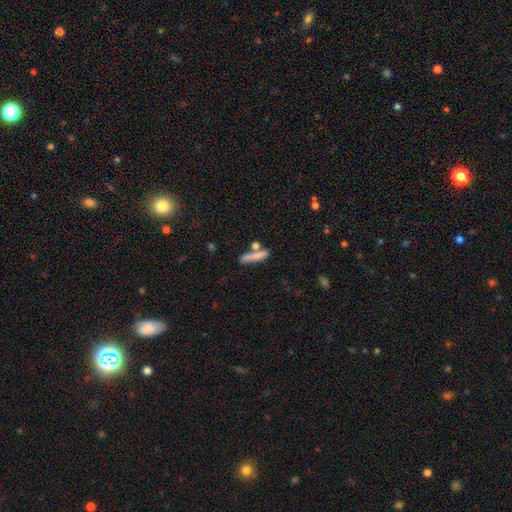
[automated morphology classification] A smooth galaxy with no disk features (76%) that is cigar-shaped (81%). Merging: none (58%).